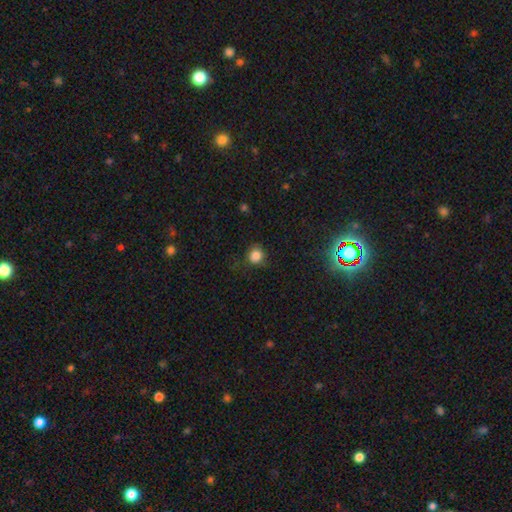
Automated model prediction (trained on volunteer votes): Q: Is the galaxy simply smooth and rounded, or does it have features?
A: smooth — 83%.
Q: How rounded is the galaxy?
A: round — 89%.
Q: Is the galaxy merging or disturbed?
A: none — 78%.